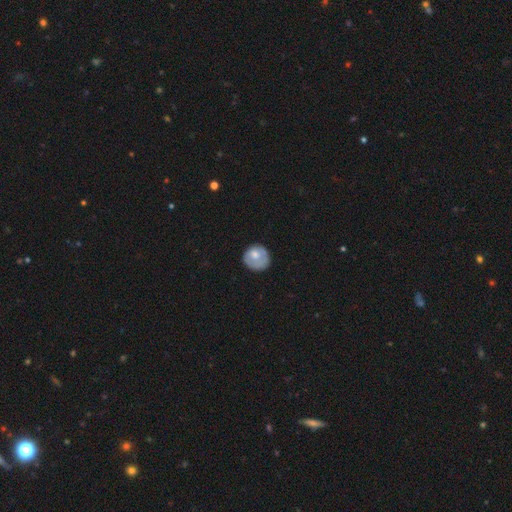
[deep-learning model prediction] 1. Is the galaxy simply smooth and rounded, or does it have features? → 64% smooth, 29% featured or disk, 6% star or artifact.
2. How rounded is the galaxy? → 84% round, 15% in between, 1% cigar-shaped.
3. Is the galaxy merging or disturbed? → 66% none, 22% minor disturbance, 10% major disturbance, 2% merger.